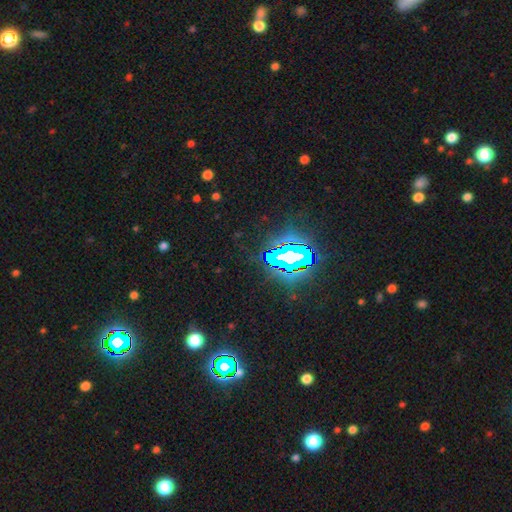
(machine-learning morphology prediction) Smooth or featured? Predicted: star or artifact (p=0.81).